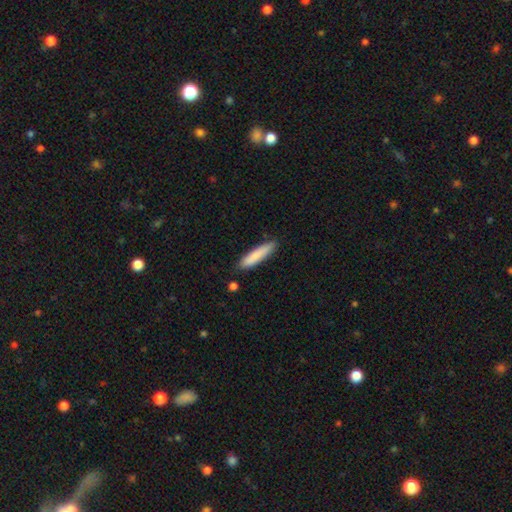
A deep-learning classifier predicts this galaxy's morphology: The model was most divided on "smooth or featured": smooth: 83%, featured or disk: 11%, star or artifact: 6%. More confident: how rounded — cigar-shaped (85%); merging — none (84%).